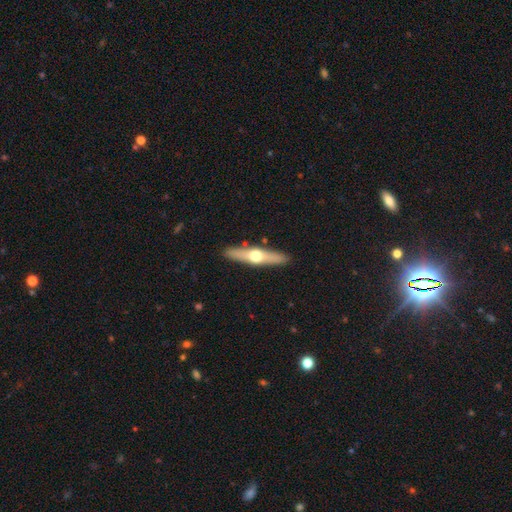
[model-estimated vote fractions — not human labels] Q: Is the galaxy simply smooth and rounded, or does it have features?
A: featured or disk — 59%.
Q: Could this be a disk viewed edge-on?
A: yes — 93%.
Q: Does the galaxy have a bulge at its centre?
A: rounded — 95%.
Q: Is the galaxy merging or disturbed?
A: none — 90%.